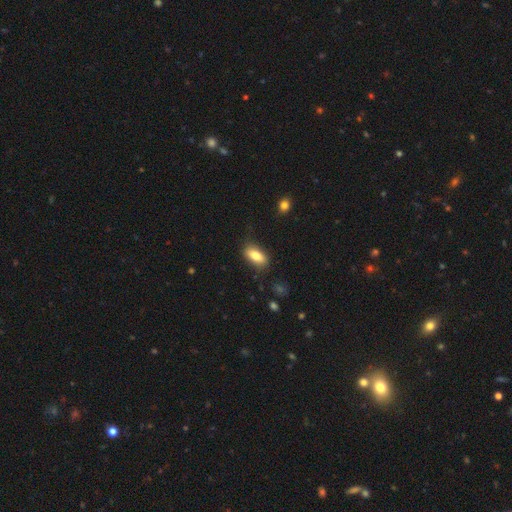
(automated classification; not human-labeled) Smooth or featured?
  - smooth: 81% *
  - featured or disk: 11%
  - star or artifact: 7%
How rounded?
  - in between: 86% *
  - cigar-shaped: 10%
  - round: 4%
Merging?
  - none: 81% *
  - minor disturbance: 14%
  - major disturbance: 4%
  - merger: 1%